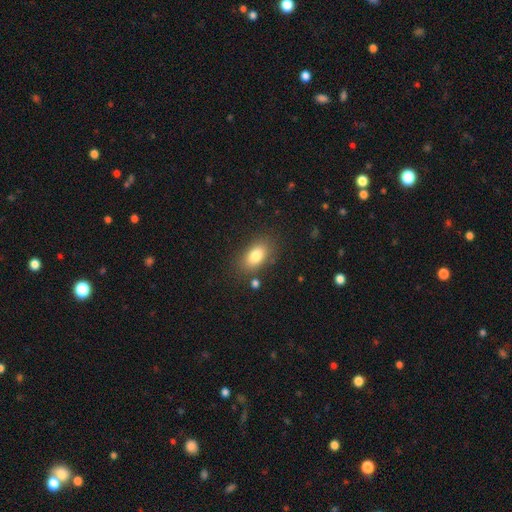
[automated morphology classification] A smooth galaxy with no disk features (81%) that is in between round and cigar-shaped (88%).

Vote fractions:
- Smooth or featured? smooth: 81% / featured or disk: 10% / star or artifact: 9%
- How rounded? in between: 88% / round: 9% / cigar-shaped: 3%
- Merging? none: 81% / minor disturbance: 12% / merger: 4% / major disturbance: 4%